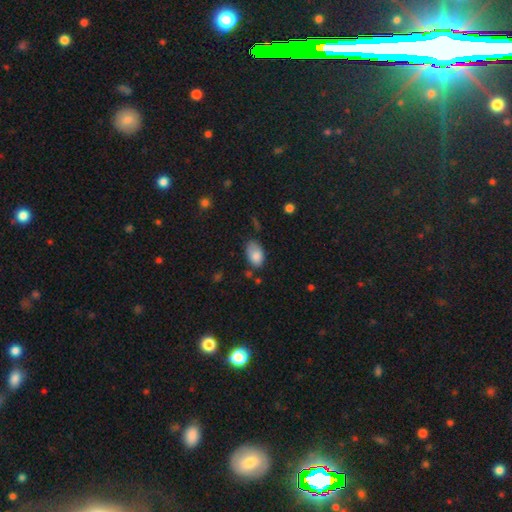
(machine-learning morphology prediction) type=smooth (81%); roundness=in between (91%); merging=none (50%).